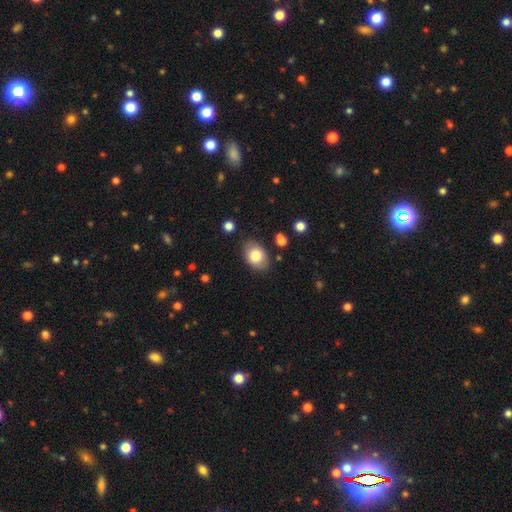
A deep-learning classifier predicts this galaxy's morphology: Smooth or featured: smooth — 81% (featured or disk — 12%)
How rounded: in between — 77% (round — 22%)
Merging: none — 81% (minor disturbance — 13%)